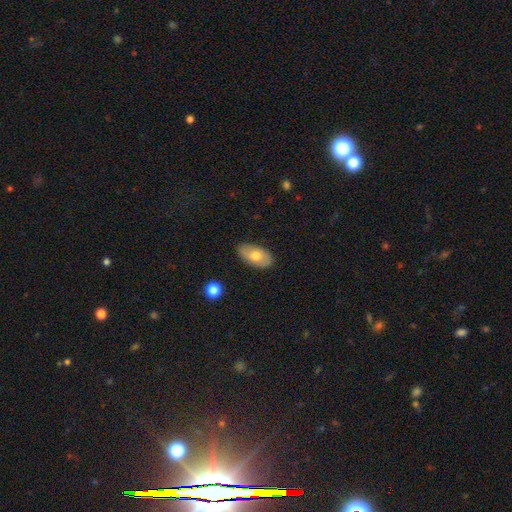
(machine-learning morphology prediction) This appears to be a smooth galaxy with no disk features (63%) that is in between round and cigar-shaped (93%). Merging: none (83%).